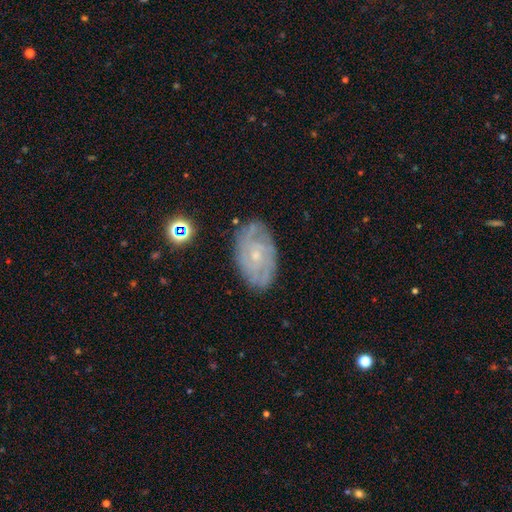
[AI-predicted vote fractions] A featured or disk galaxy (77%) with no bar (72%), tight (65%) spiral arms (92%) and a small central bulge (74%).

Vote fractions:
- Smooth or featured? featured or disk: 77% / smooth: 15% / star or artifact: 8%
- Edge-on disk? no: 95% / yes: 5%
- Bar? no: 72% / weak: 24% / strong: 4%
- Spiral arms? yes: 92% / no: 8%
- Spiral winding? tight: 65% / medium: 28% / loose: 7%
- Spiral arm count? can't tell: 39% / 2: 22% / 3: 17% / 4: 11% / more than 4: 5% / 1: 5%
- Bulge size? small: 74% / moderate: 21% / none: 3% / large: 1% / dominant: 1%
- Merging? none: 79% / minor disturbance: 16% / major disturbance: 4% / merger: 1%